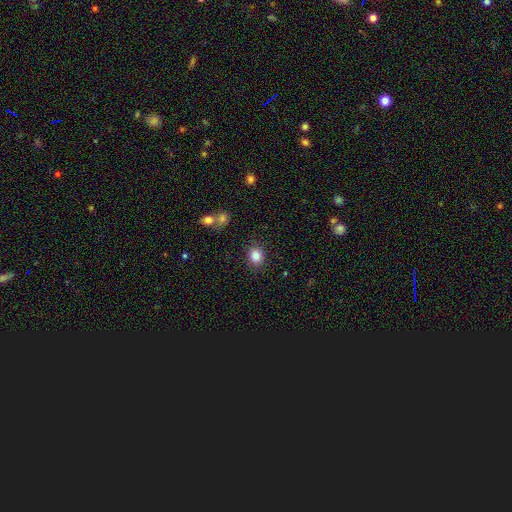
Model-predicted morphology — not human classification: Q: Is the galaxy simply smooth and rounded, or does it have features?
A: smooth — 84%.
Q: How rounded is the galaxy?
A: round — 62%.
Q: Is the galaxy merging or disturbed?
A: none — 86%.